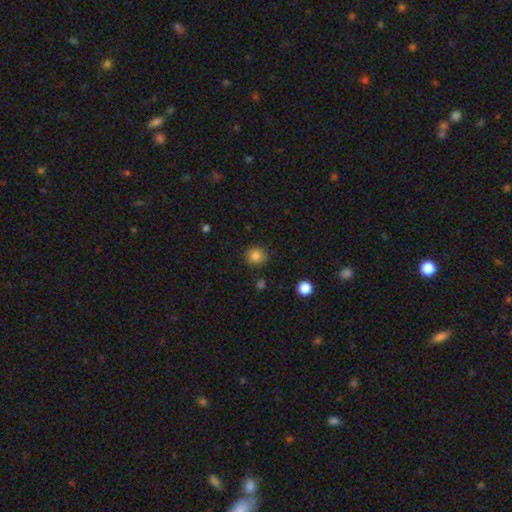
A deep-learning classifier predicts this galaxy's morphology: Smooth or featured: smooth — 84% (star or artifact — 11%)
How rounded: round — 87% (in between — 12%)
Merging: none — 87% (minor disturbance — 9%)